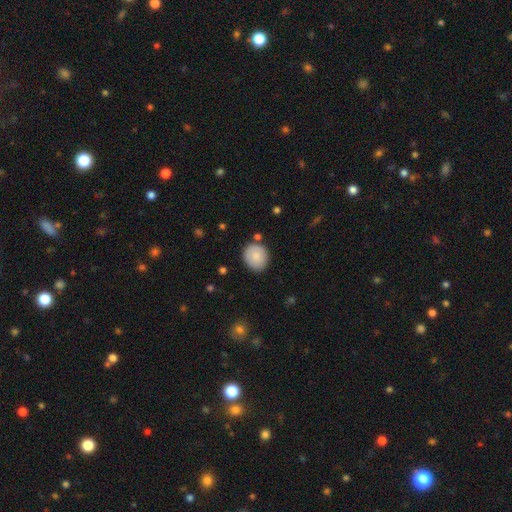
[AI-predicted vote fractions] Smooth or featured: smooth — 83% (featured or disk — 10%)
How rounded: round — 81% (in between — 18%)
Merging: none — 83% (minor disturbance — 12%)